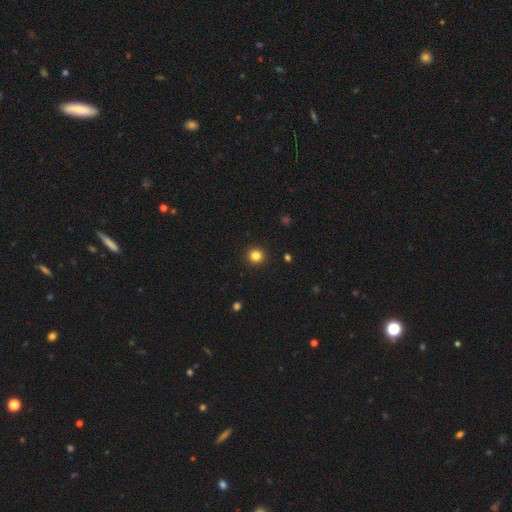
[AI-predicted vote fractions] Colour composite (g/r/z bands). It shows a smooth galaxy with no disk features (83%) that is round (94%). Merging: none (93%).